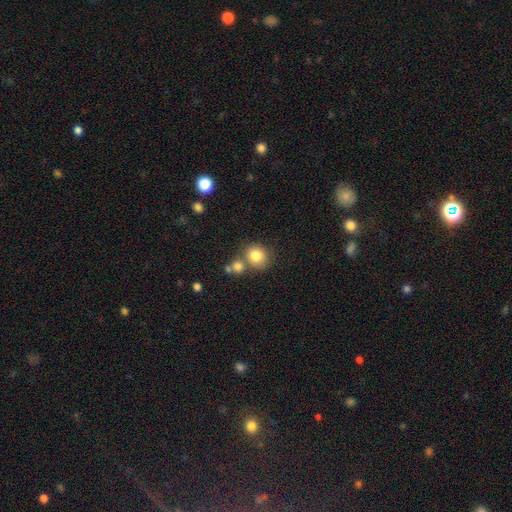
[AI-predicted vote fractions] A smooth galaxy with no disk features (81%) that is round (82%).

Vote fractions:
- Smooth or featured? smooth: 81% / star or artifact: 10% / featured or disk: 9%
- How rounded? round: 82% / in between: 17% / cigar-shaped: 1%
- Merging? none: 60% / merger: 26% / minor disturbance: 10% / major disturbance: 4%